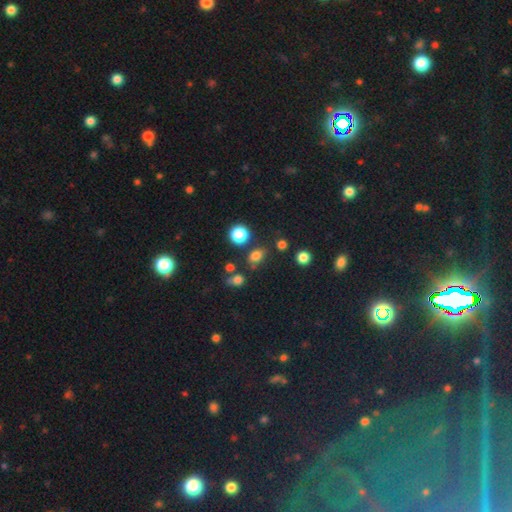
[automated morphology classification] smooth-or-featured: smooth: 77% | star or artifact: 17% | featured or disk: 6%
  how-rounded: in between: 59% | round: 39% | cigar-shaped: 2%
  merging: none: 75% | minor disturbance: 13% | merger: 8% | major disturbance: 4%